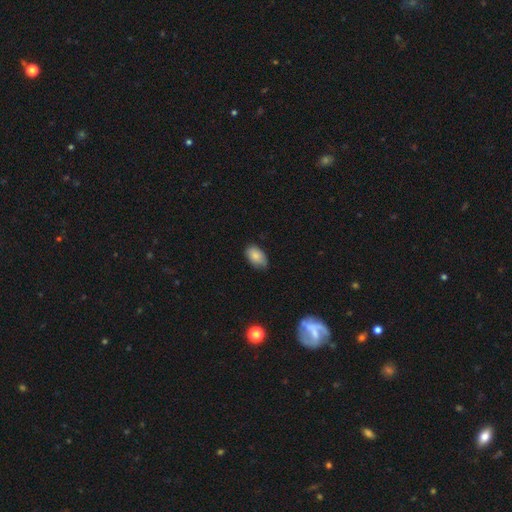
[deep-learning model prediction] smooth_or_featured: smooth (p=0.84) [alt: featured or disk p=0.09]
how_rounded: in between (p=0.92) [alt: round p=0.06]
merging: none (p=0.71) [alt: minor disturbance p=0.25]